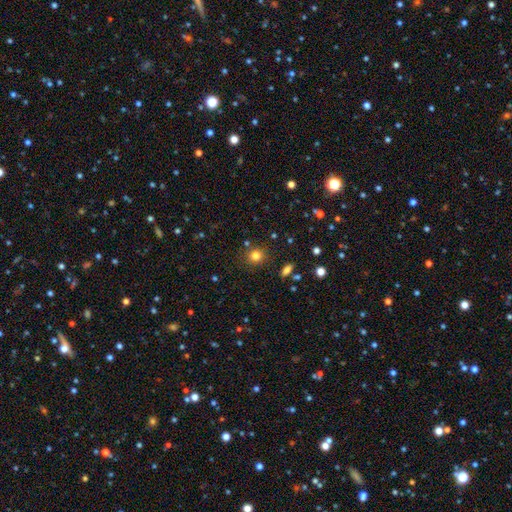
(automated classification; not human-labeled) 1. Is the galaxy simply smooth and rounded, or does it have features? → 80% smooth, 14% star or artifact, 6% featured or disk.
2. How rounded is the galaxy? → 85% round, 14% in between, 1% cigar-shaped.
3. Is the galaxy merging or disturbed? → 85% none, 8% minor disturbance, 4% merger, 3% major disturbance.